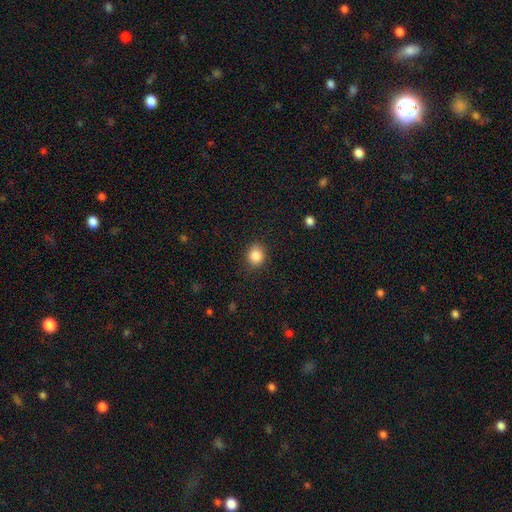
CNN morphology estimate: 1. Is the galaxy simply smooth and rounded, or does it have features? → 85% smooth, 10% star or artifact, 5% featured or disk.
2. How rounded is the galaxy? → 76% round, 23% in between, 1% cigar-shaped.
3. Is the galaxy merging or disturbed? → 86% none, 10% minor disturbance, 3% major disturbance, 1% merger.